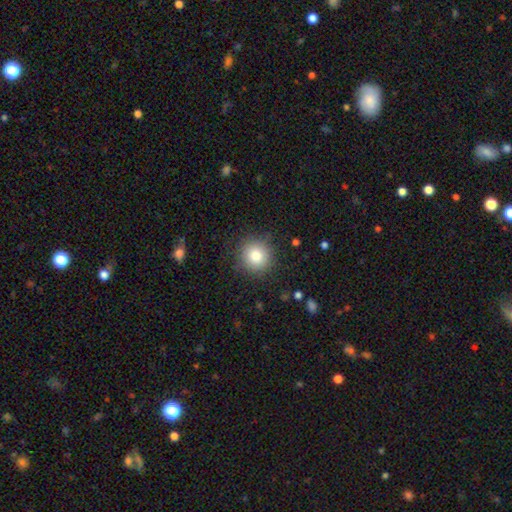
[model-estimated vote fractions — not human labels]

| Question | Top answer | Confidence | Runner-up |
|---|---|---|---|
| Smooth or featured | smooth | 82% | star or artifact (10%) |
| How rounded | round | 92% | in between (7%) |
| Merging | none | 87% | minor disturbance (9%) |